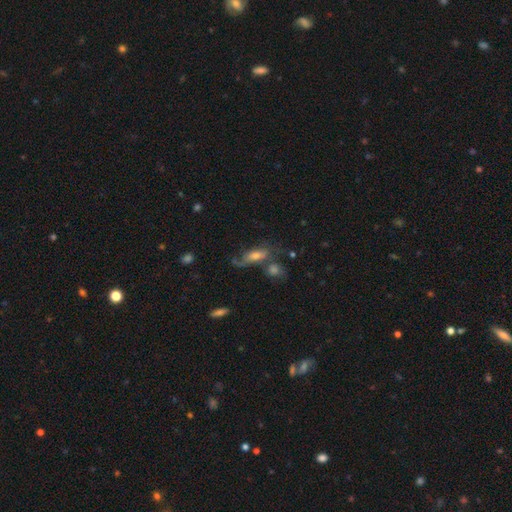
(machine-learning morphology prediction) smooth-or-featured: featured or disk: 46% | smooth: 41% | star or artifact: 13%
  merging: none: 41% | merger: 21% | minor disturbance: 20% | major disturbance: 18%